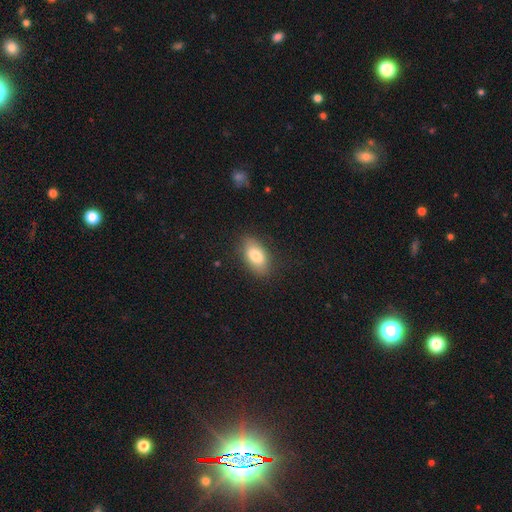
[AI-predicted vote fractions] smooth-or-featured: smooth: 79% | featured or disk: 14% | star or artifact: 7%
  how-rounded: in between: 91% | round: 5% | cigar-shaped: 4%
  merging: none: 82% | minor disturbance: 13% | major disturbance: 3% | merger: 1%